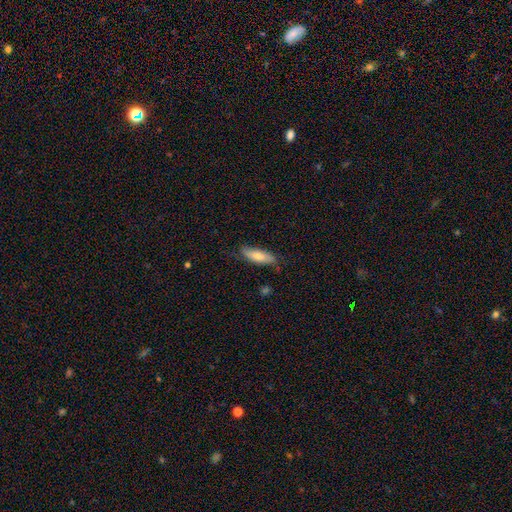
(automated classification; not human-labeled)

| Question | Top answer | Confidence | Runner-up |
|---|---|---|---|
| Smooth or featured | smooth | 69% | featured or disk (24%) |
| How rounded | cigar-shaped | 50% | in between (48%) |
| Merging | none | 74% | minor disturbance (21%) |